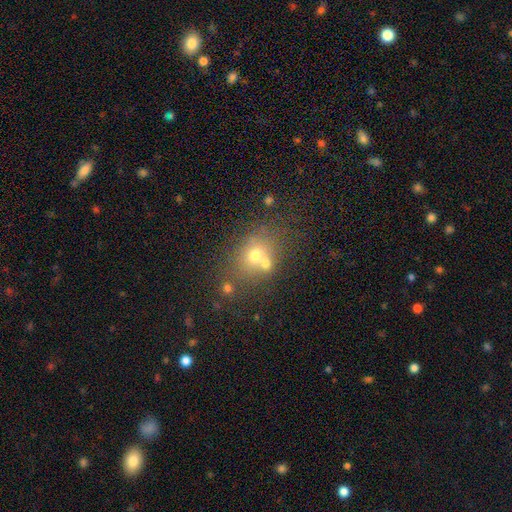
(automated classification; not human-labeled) Smooth or featured? smooth (63%)
How rounded? round (54%)
Merging? none (47%)